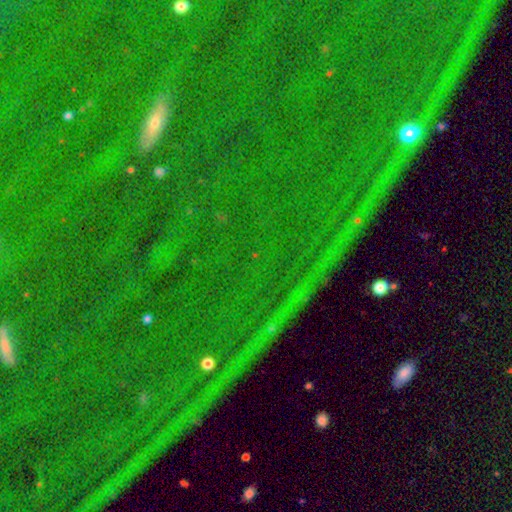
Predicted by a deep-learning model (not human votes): star or artifact 81%, smooth 11%, featured or disk 8%.